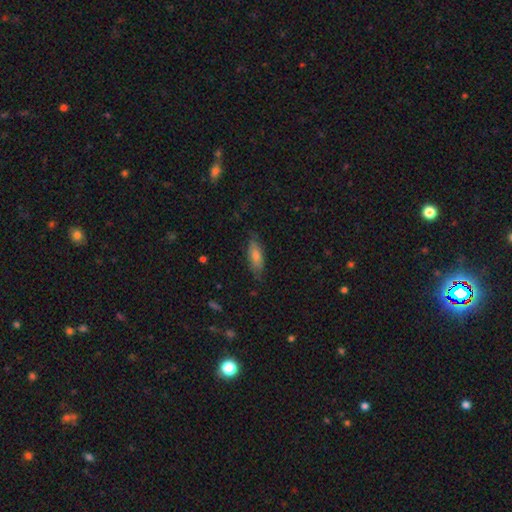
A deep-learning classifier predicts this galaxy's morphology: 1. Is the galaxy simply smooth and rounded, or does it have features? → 65% smooth, 27% featured or disk, 8% star or artifact.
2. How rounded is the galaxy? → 60% in between, 37% cigar-shaped, 3% round.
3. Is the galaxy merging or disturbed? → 78% none, 17% minor disturbance, 3% major disturbance, 1% merger.